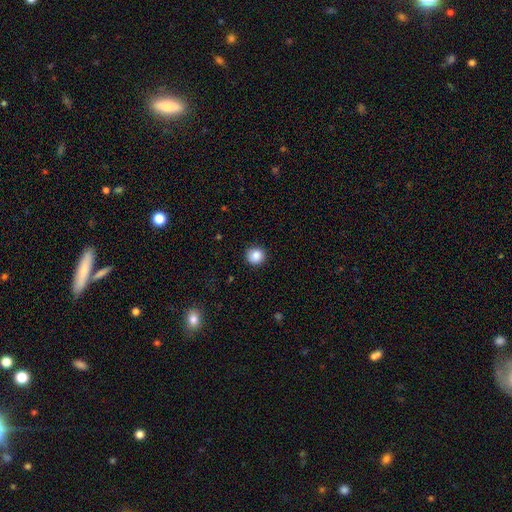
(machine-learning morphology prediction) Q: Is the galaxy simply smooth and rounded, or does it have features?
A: smooth — 88%.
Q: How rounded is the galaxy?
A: round — 94%.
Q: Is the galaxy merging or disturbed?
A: none — 91%.